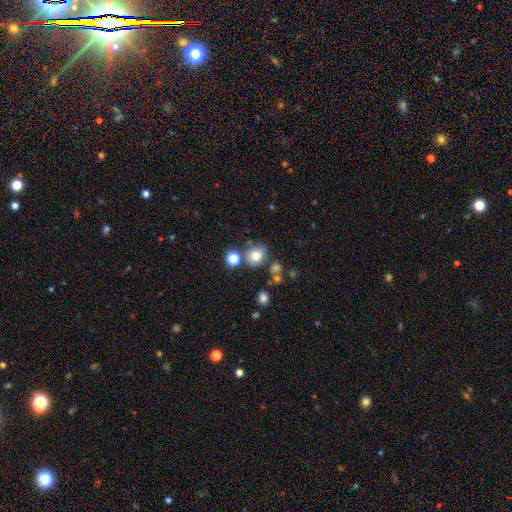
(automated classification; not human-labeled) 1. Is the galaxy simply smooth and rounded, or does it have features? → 75% smooth, 13% star or artifact, 11% featured or disk.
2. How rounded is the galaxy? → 71% round, 28% in between, 1% cigar-shaped.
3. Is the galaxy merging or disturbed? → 65% none, 15% merger, 14% minor disturbance, 5% major disturbance.